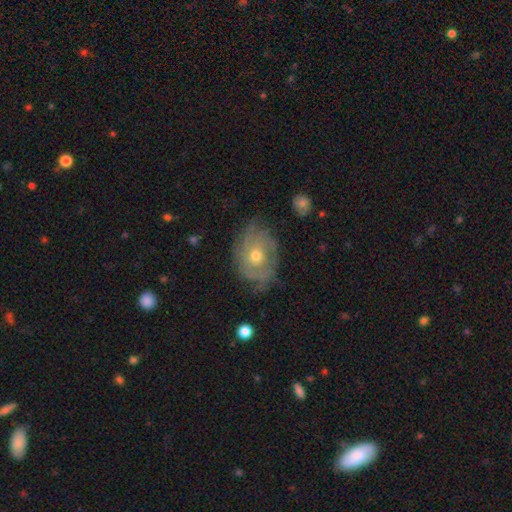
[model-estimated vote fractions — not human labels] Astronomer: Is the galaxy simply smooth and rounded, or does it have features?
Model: featured or disk — 75%.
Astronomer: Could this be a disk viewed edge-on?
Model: no — 95%.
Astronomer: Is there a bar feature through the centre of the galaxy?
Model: no — 84%.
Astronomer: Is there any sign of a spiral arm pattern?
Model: yes — 83%.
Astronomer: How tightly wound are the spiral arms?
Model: tight — 64%.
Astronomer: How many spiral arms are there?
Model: can't tell — 46%.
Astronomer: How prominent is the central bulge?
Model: moderate — 62%.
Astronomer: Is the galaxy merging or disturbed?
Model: none — 68%.